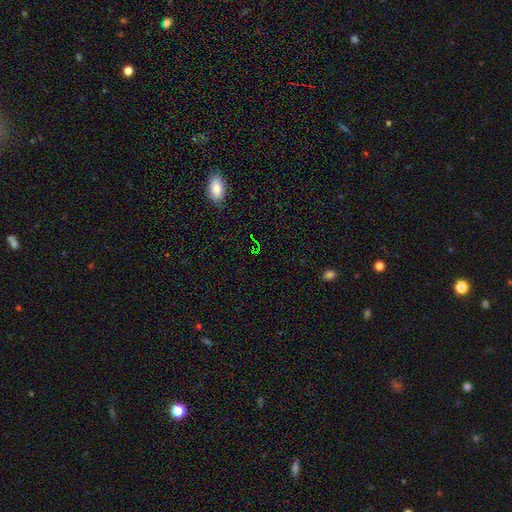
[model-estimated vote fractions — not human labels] A star or artifact, not a galaxy (68%).